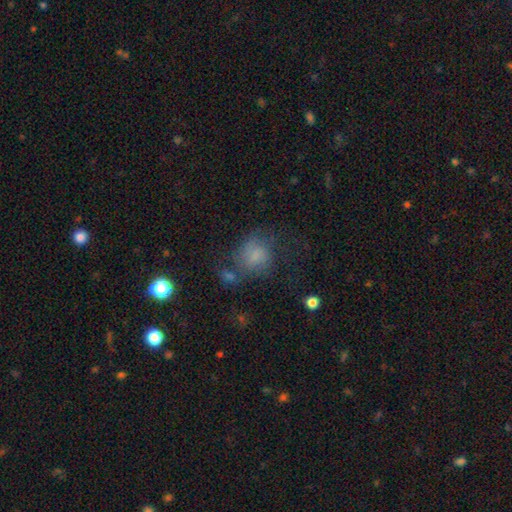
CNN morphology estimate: smooth-or-featured: smooth: 64% | featured or disk: 22% | star or artifact: 15%
  how-rounded: round: 63% | in between: 35% | cigar-shaped: 1%
  merging: none: 47% | minor disturbance: 22% | major disturbance: 21% | merger: 10%